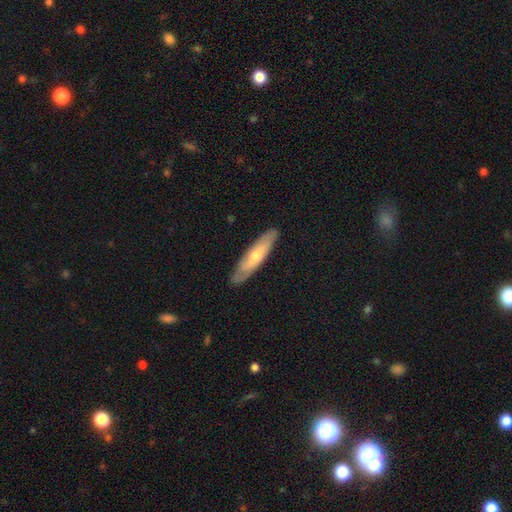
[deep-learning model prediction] Q: Smooth or featured?
A: smooth (51%); runner-up: featured or disk (44%)
Q: How rounded?
A: cigar-shaped (78%); runner-up: in between (21%)
Q: Merging?
A: none (84%); runner-up: minor disturbance (13%)